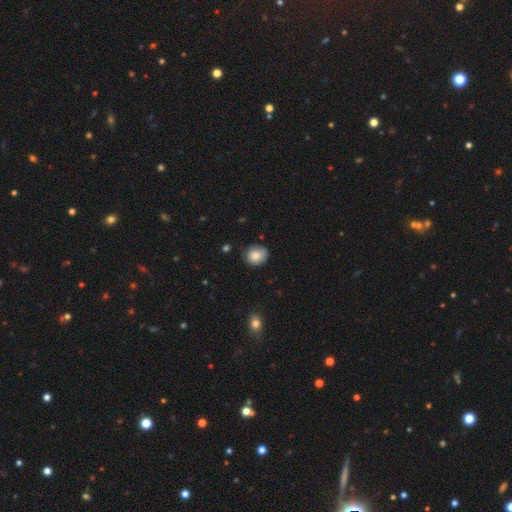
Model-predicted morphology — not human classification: A smooth galaxy with no disk features (83%) that is round (78%). Merging: none (78%).